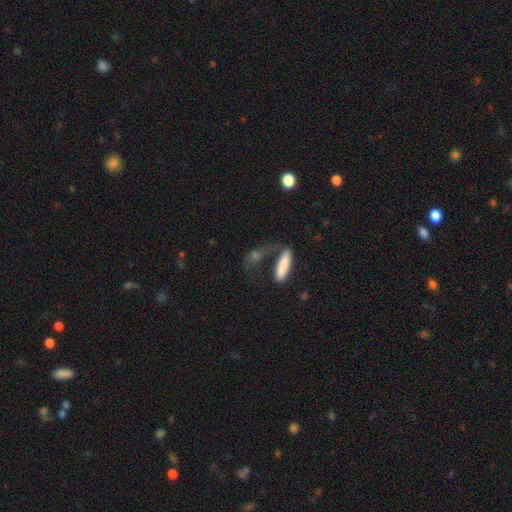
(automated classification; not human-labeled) smooth-or-featured: smooth: 66% | featured or disk: 21% | star or artifact: 13%
  how-rounded: cigar-shaped: 61% | in between: 33% | round: 6%
  merging: none: 44% | major disturbance: 21% | merger: 19% | minor disturbance: 16%